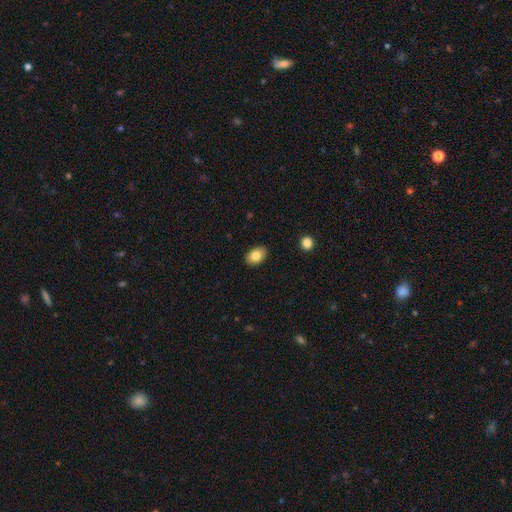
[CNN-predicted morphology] This is clearly a smooth galaxy (82%). How rounded: clearly in between (84%). Merging: clearly none (88%).